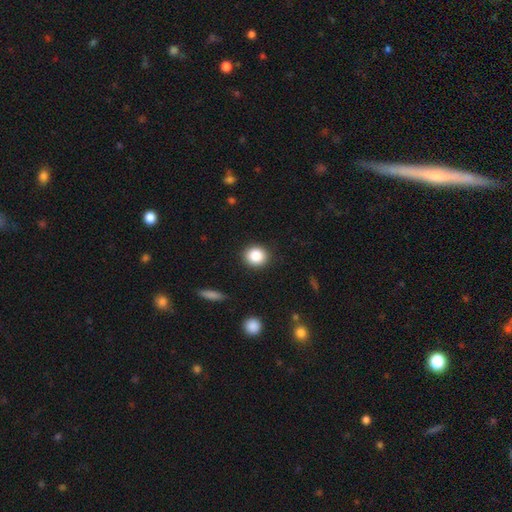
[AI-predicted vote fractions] This is clearly a smooth galaxy (86%). How rounded: clearly round (83%). Merging: clearly none (90%).